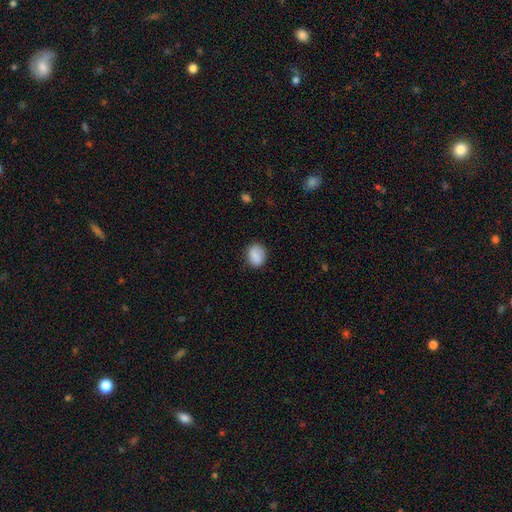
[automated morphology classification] A smooth galaxy with no disk features (85%) that is in between round and cigar-shaped (51%).

Vote fractions:
- Smooth or featured? smooth: 85% / star or artifact: 8% / featured or disk: 8%
- How rounded? in between: 51% / round: 48% / cigar-shaped: 1%
- Merging? none: 79% / minor disturbance: 16% / major disturbance: 4% / merger: 1%